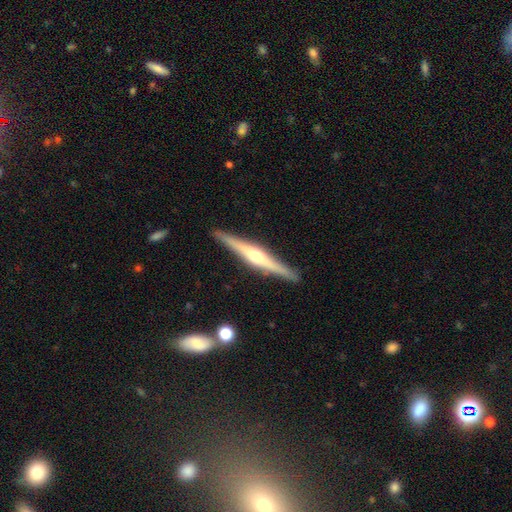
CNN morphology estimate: featured or disk 79%, smooth 16%, star or artifact 5%. Down the decision tree: edge-on disk — yes (98%); edge-on bulge — rounded (92%); merging — none (91%).